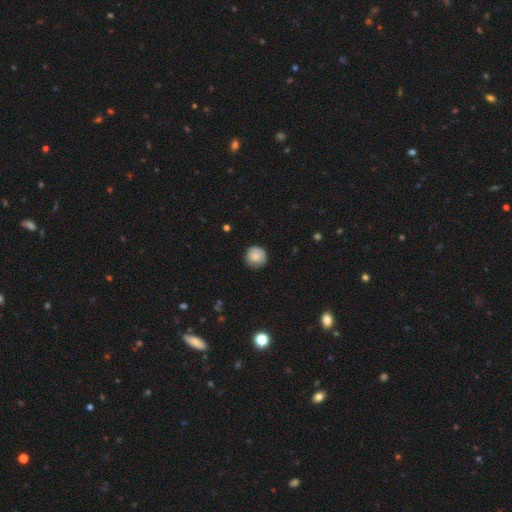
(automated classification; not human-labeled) The model was most divided on "smooth or featured": smooth: 81%, featured or disk: 11%, star or artifact: 7%. More confident: how rounded — round (94%); merging — none (84%).